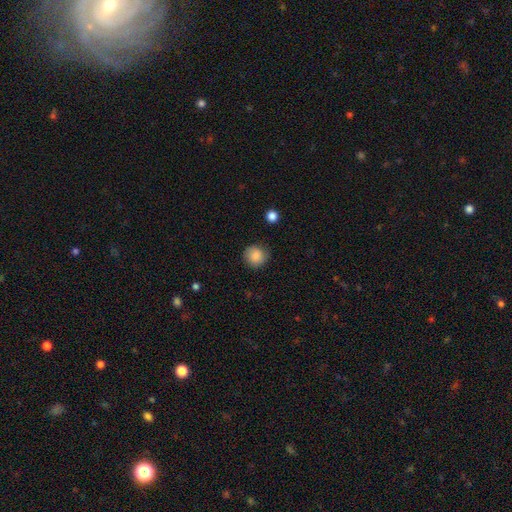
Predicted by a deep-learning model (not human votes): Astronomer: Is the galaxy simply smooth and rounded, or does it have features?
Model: smooth — 86%.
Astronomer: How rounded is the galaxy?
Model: round — 91%.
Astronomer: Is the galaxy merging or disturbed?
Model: none — 85%.